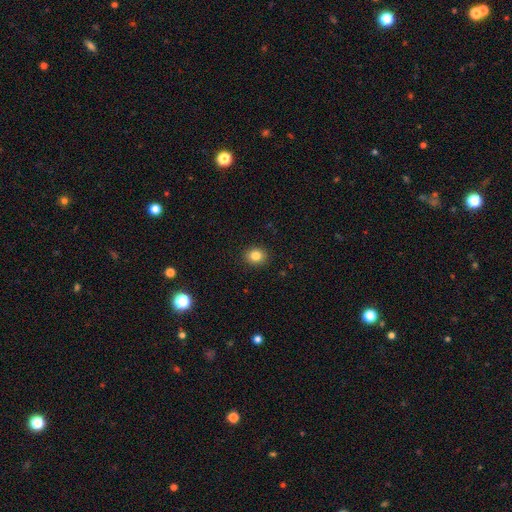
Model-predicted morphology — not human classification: The model was most divided on "how rounded": round: 71%, in between: 28%, cigar-shaped: 1%. More confident: merging — none (91%); smooth or featured — smooth (84%).